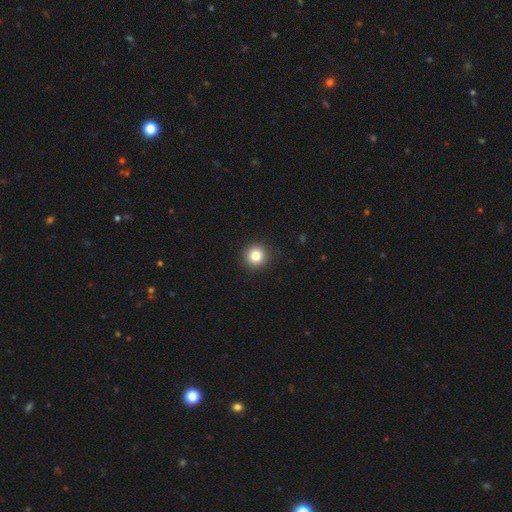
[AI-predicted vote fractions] A smooth galaxy with no disk features (82%) that is round (94%). Merging: none (92%).